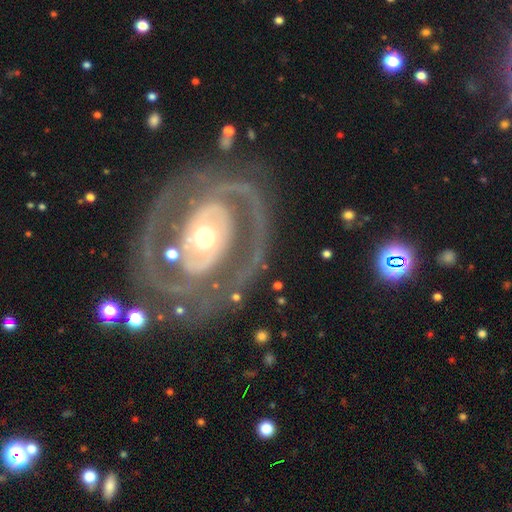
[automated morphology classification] Smooth or featured?
  - featured or disk: 88% *
  - smooth: 7%
  - star or artifact: 5%
Edge-on disk?
  - no: 96% *
  - yes: 4%
Bar?
  - no: 55% *
  - weak: 23%
  - strong: 21%
Spiral arms?
  - yes: 85% *
  - no: 15%
Spiral winding?
  - tight: 61% *
  - medium: 30%
  - loose: 9%
Spiral arm count?
  - 2: 66% *
  - can't tell: 13%
  - 3: 8%
  - 1: 6%
  - 4: 3%
  - more than 4: 3%
Bulge size?
  - moderate: 56% *
  - small: 28%
  - large: 13%
  - dominant: 2%
  - none: 1%
Merging?
  - none: 75% *
  - minor disturbance: 14%
  - major disturbance: 9%
  - merger: 2%